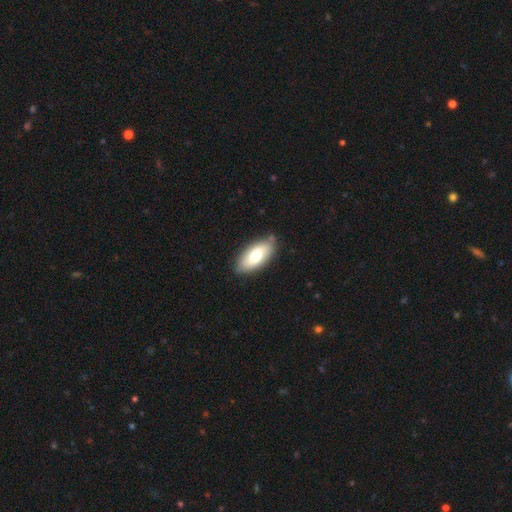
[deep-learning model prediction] Smooth or featured?
  - smooth: 70% *
  - featured or disk: 24%
  - star or artifact: 6%
How rounded?
  - in between: 89% *
  - cigar-shaped: 9%
  - round: 2%
Merging?
  - none: 81% *
  - minor disturbance: 14%
  - major disturbance: 3%
  - merger: 2%